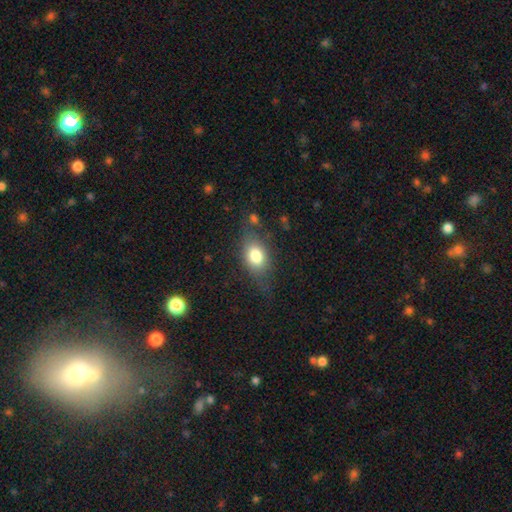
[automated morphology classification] Overall: smooth (76%). How rounded: in between (78%). Merging: none (63%).